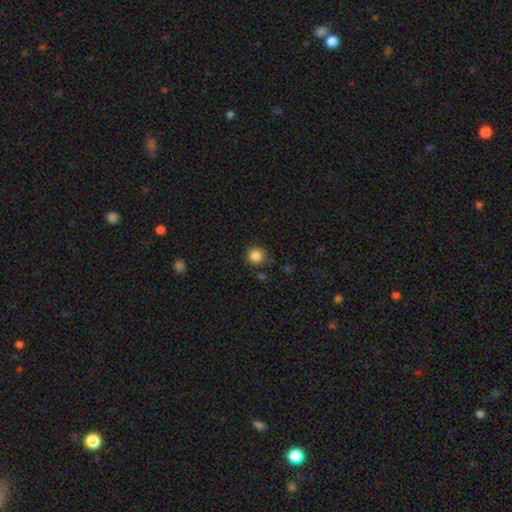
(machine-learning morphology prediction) Q: Smooth or featured?
A: smooth (85%); runner-up: star or artifact (11%)
Q: How rounded?
A: round (93%); runner-up: in between (6%)
Q: Merging?
A: none (80%); runner-up: minor disturbance (13%)